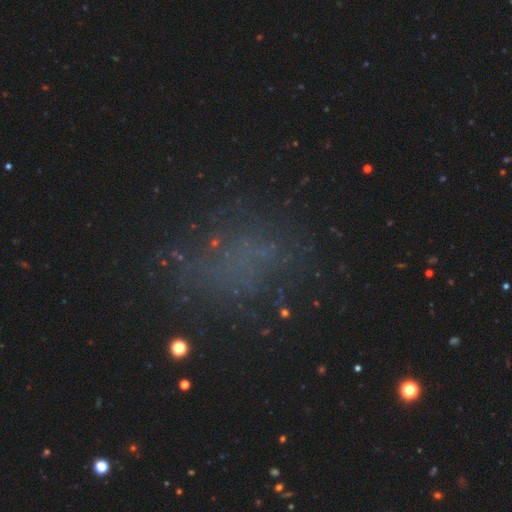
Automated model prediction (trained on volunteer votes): Overall: smooth (38%, tied with star or artifact). Merging: none (61%).